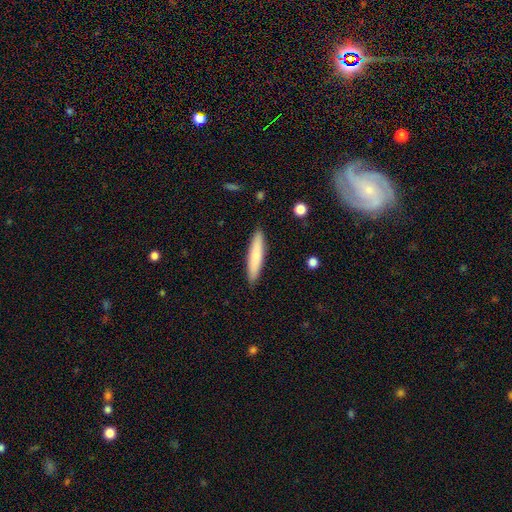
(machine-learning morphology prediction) A smooth galaxy with no disk features (76%) that is cigar-shaped (87%). Merging: none (90%).